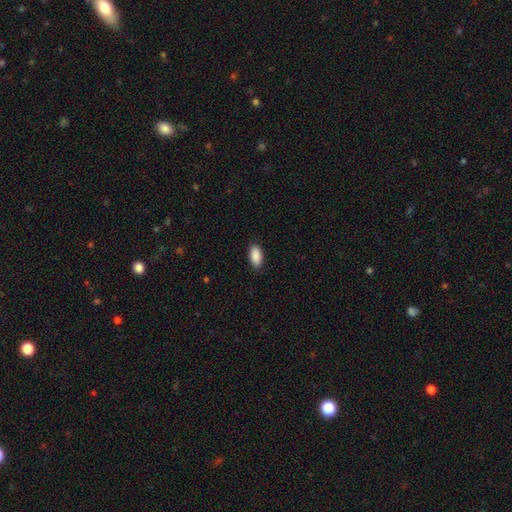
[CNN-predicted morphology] type=smooth (90%); roundness=in between (94%); merging=none (87%).